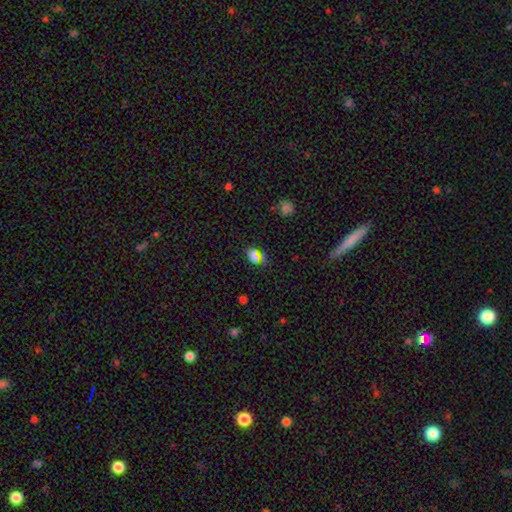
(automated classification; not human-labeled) A smooth galaxy with no disk features (64%) that is in between round and cigar-shaped (70%). Merging: none (79%).